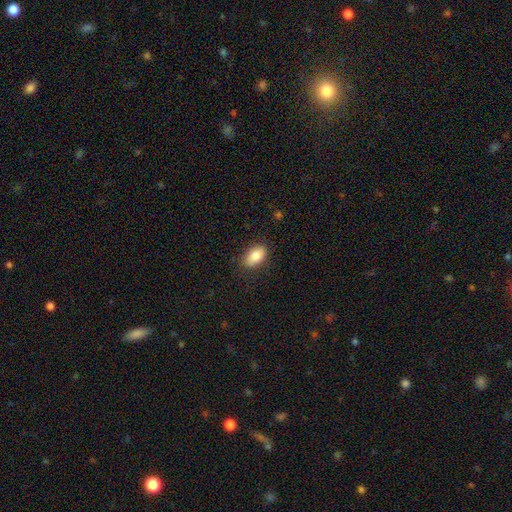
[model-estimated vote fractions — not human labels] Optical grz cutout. It shows a smooth galaxy with no disk features (84%) that is in between round and cigar-shaped (91%). Merging: none (85%).